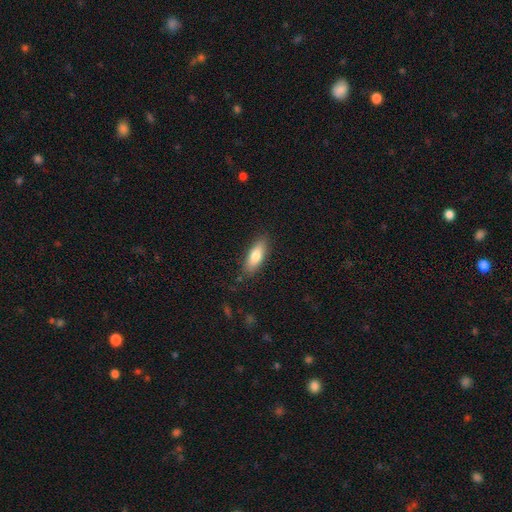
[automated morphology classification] smooth_or_featured: smooth (p=0.77) [alt: featured or disk p=0.17]
how_rounded: in between (p=0.65) [alt: cigar-shaped p=0.33]
merging: none (p=0.84) [alt: minor disturbance p=0.12]